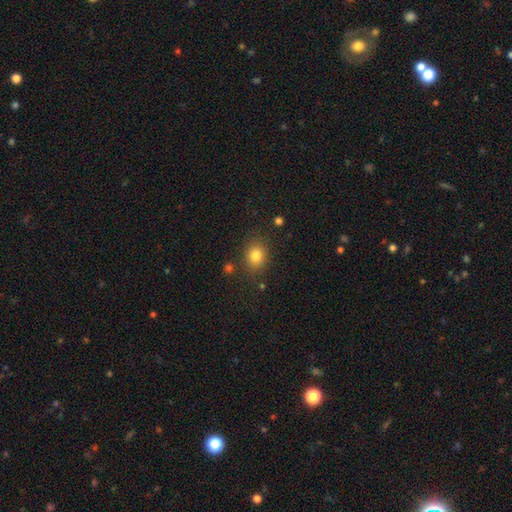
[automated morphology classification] Overall: smooth (82%). How rounded: round (55%; in between 44%). Merging: none (82%).